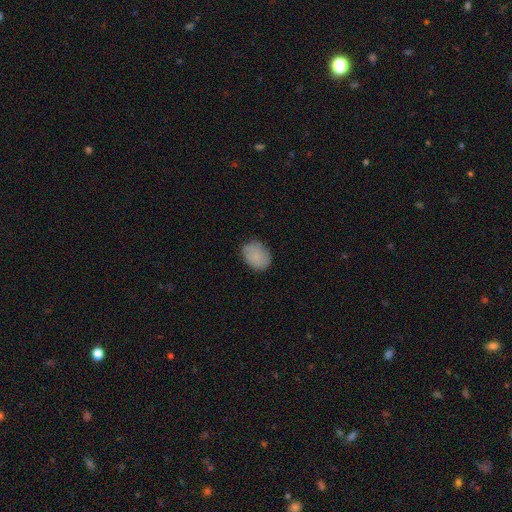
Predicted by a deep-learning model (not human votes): Smooth or featured: smooth — 81% (featured or disk — 11%)
How rounded: in between — 65% (round — 34%)
Merging: none — 75% (minor disturbance — 19%)